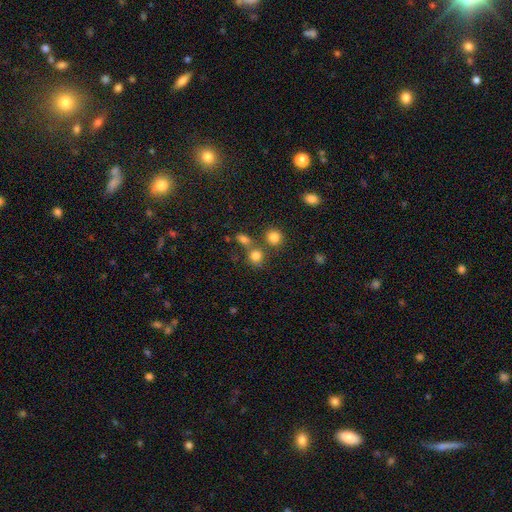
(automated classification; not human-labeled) Smooth or featured? Predicted: smooth (p=0.78). How rounded? Predicted: round (p=0.81). Merging? Predicted: none (p=0.58).